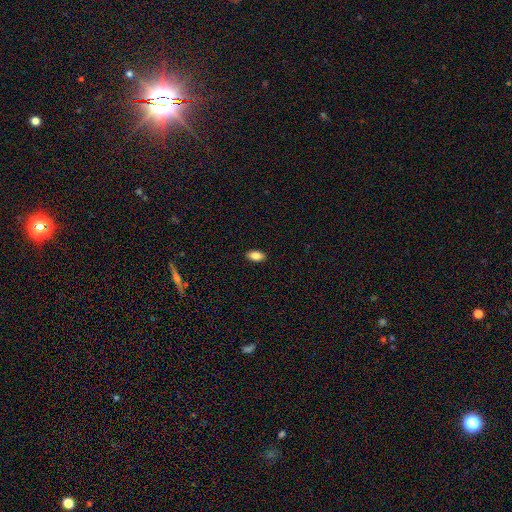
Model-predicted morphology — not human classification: Overall: smooth (85%). How rounded: in between (92%). Merging: none (90%).